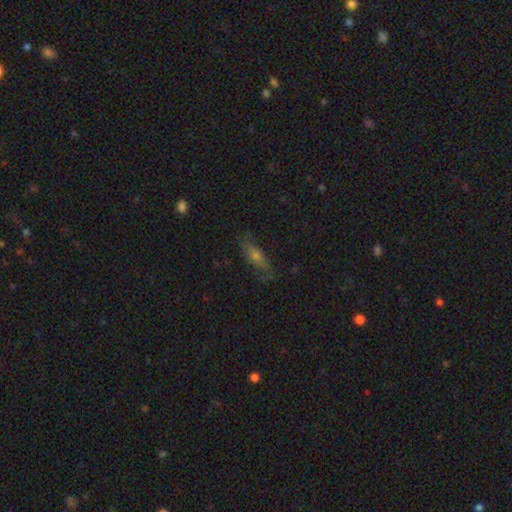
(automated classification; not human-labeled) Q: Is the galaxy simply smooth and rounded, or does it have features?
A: smooth — 43%.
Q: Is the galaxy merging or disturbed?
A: none — 75%.